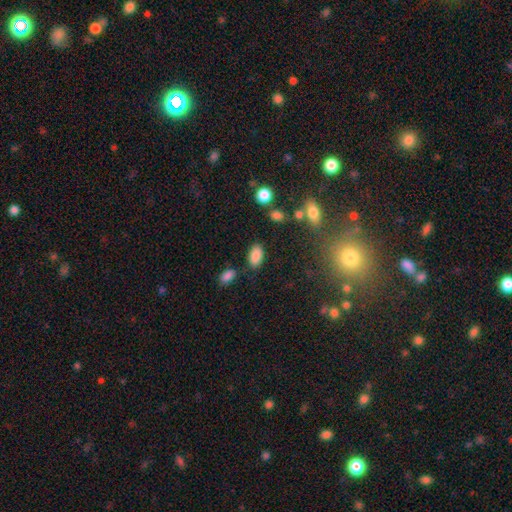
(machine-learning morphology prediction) A smooth galaxy with no disk features (87%) that is in between round and cigar-shaped (93%).

Vote fractions:
- Smooth or featured? smooth: 87% / star or artifact: 9% / featured or disk: 5%
- How rounded? in between: 93% / round: 5% / cigar-shaped: 2%
- Merging? none: 81% / minor disturbance: 12% / merger: 4% / major disturbance: 3%